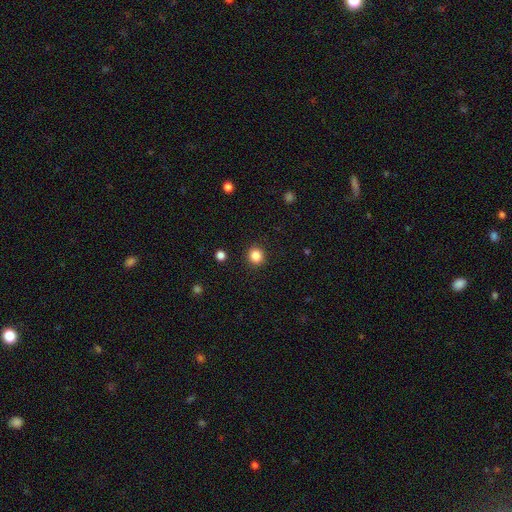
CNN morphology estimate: A smooth galaxy with no disk features (85%) that is round (90%). Merging: none (91%).